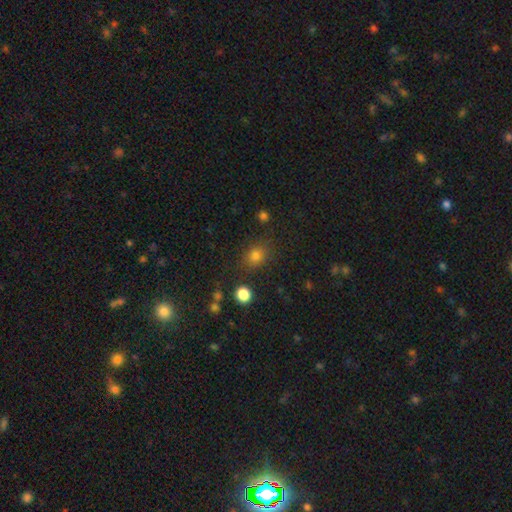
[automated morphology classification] Q: Smooth or featured?
A: smooth (80%); runner-up: star or artifact (14%)
Q: How rounded?
A: round (62%); runner-up: in between (37%)
Q: Merging?
A: none (81%); runner-up: minor disturbance (12%)